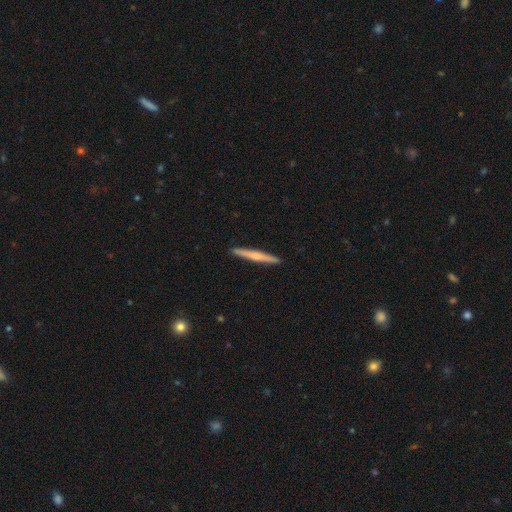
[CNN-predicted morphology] Smooth or featured?
  - featured or disk: 50% *
  - smooth: 45%
  - star or artifact: 5%
Merging?
  - none: 92% *
  - minor disturbance: 5%
  - major disturbance: 1%
  - merger: 1%